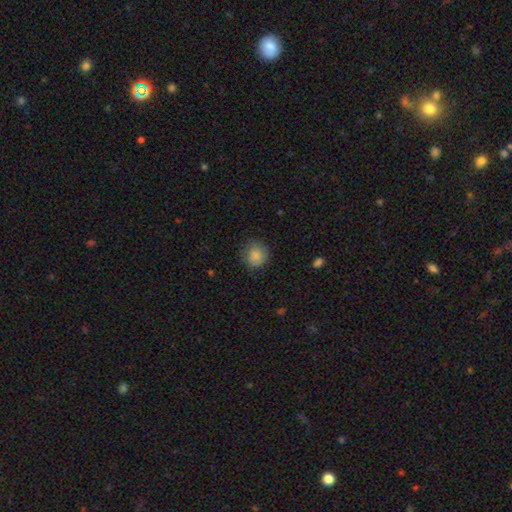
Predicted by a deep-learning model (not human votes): Q: Smooth or featured?
A: smooth (86%); runner-up: star or artifact (8%)
Q: How rounded?
A: round (88%); runner-up: in between (11%)
Q: Merging?
A: none (81%); runner-up: minor disturbance (14%)